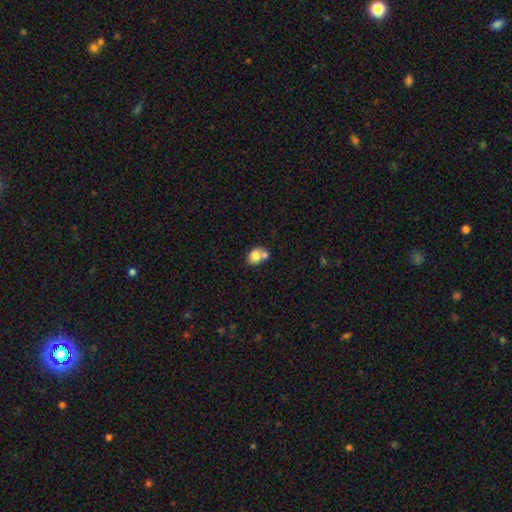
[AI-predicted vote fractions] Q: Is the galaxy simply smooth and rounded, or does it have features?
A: smooth — 77%.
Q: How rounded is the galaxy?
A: in between — 56%.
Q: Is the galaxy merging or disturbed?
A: merger — 43%.